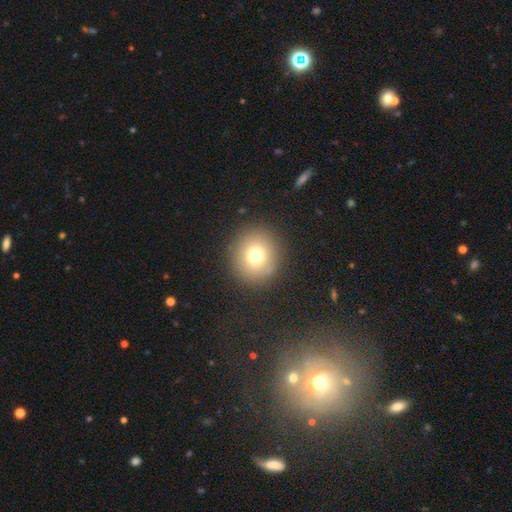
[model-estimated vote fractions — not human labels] Overall: smooth (75%). How rounded: round (90%). Merging: none (88%).